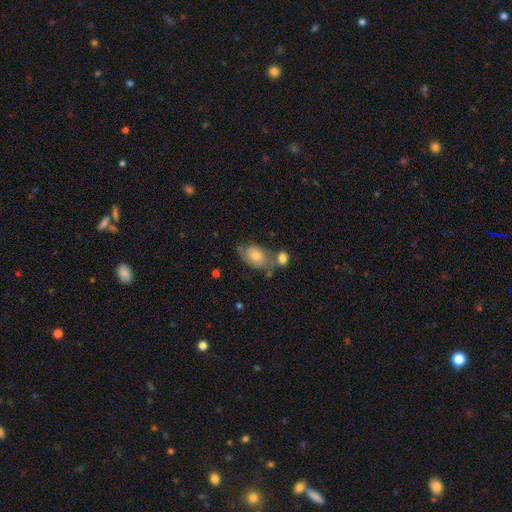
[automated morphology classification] Smooth or featured?
  - smooth: 48% *
  - featured or disk: 44%
  - star or artifact: 8%
Merging?
  - none: 39% *
  - merger: 25%
  - minor disturbance: 23%
  - major disturbance: 13%